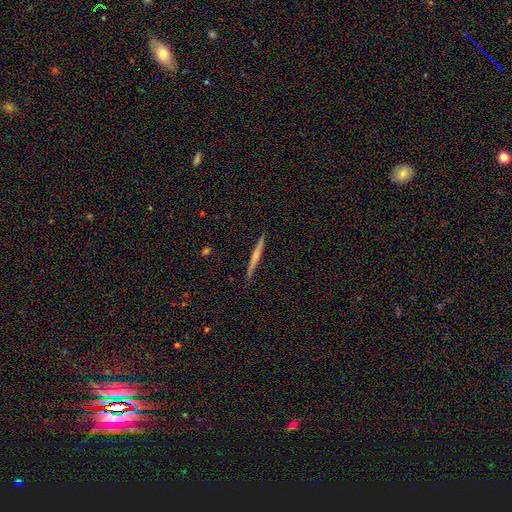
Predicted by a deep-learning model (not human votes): A smooth galaxy with no disk features (47%, tied with featured or disk). Merging: none (91%).